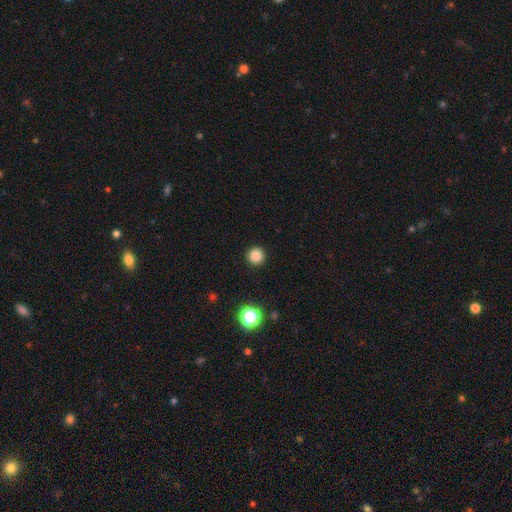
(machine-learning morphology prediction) A smooth galaxy with no disk features (84%) that is round (96%).

Vote fractions:
- Smooth or featured? smooth: 84% / star or artifact: 12% / featured or disk: 3%
- How rounded? round: 96% / in between: 3% / cigar-shaped: 1%
- Merging? none: 93% / minor disturbance: 4% / major disturbance: 2% / merger: 1%